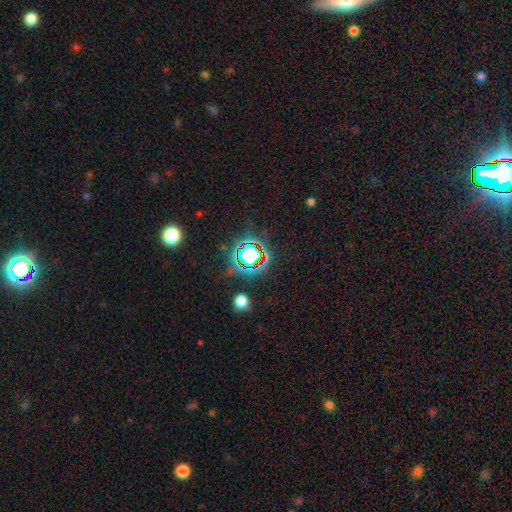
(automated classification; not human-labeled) Smooth or featured? Predicted: star or artifact (p=0.71).